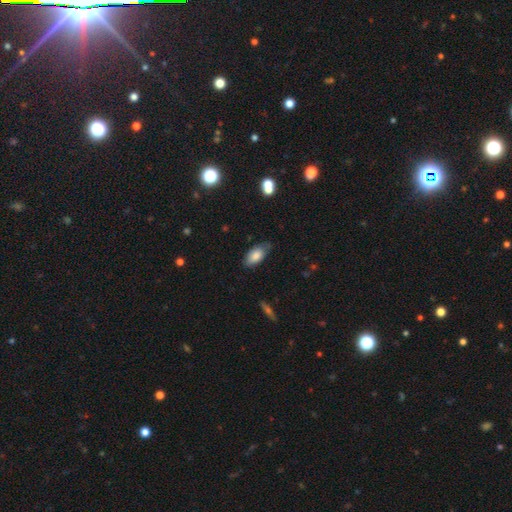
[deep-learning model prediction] Morphology: type=smooth (81%); roundness=in between (93%); merging=none (67%).